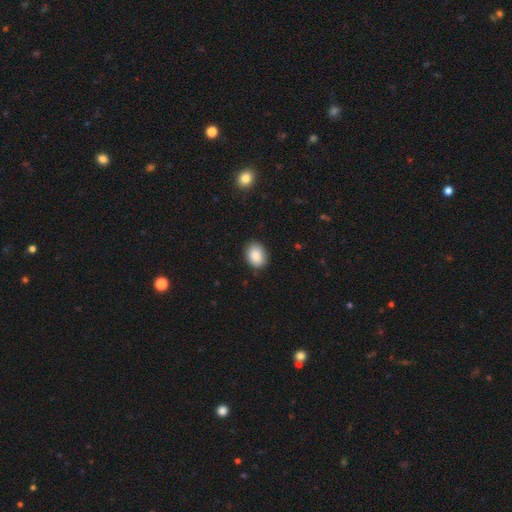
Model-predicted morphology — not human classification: Smooth or featured?
  - smooth: 88% *
  - star or artifact: 7%
  - featured or disk: 4%
How rounded?
  - in between: 66% *
  - round: 33%
  - cigar-shaped: 1%
Merging?
  - none: 86% *
  - minor disturbance: 11%
  - major disturbance: 2%
  - merger: 1%